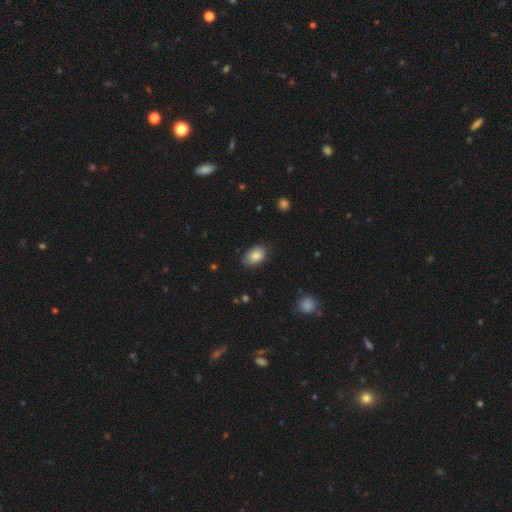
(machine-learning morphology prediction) Smooth or featured? Predicted: smooth (p=0.85). How rounded? Predicted: in between (p=0.88). Merging? Predicted: none (p=0.79).